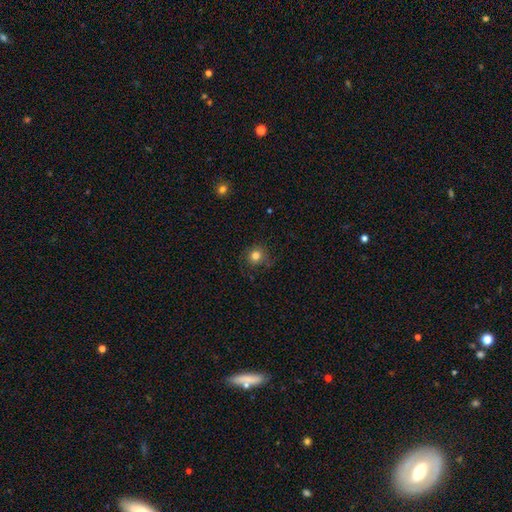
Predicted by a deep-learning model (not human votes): smooth-or-featured: smooth: 80% | star or artifact: 13% | featured or disk: 7%
  how-rounded: round: 90% | in between: 9% | cigar-shaped: 1%
  merging: none: 82% | minor disturbance: 13% | major disturbance: 4% | merger: 1%